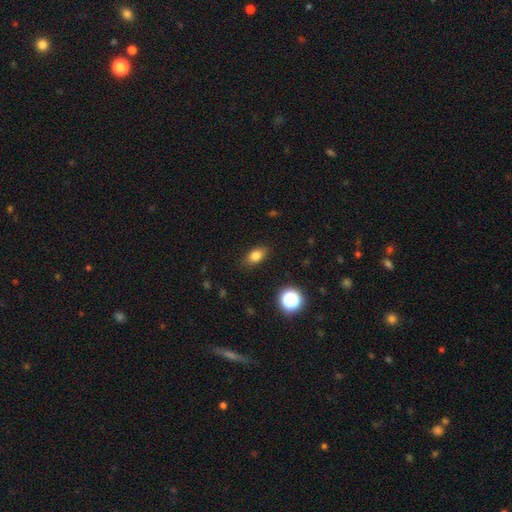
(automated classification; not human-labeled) smooth_or_featured: smooth (p=0.80) [alt: star or artifact p=0.12]
how_rounded: in between (p=0.79) [alt: round p=0.17]
merging: none (p=0.86) [alt: minor disturbance p=0.10]